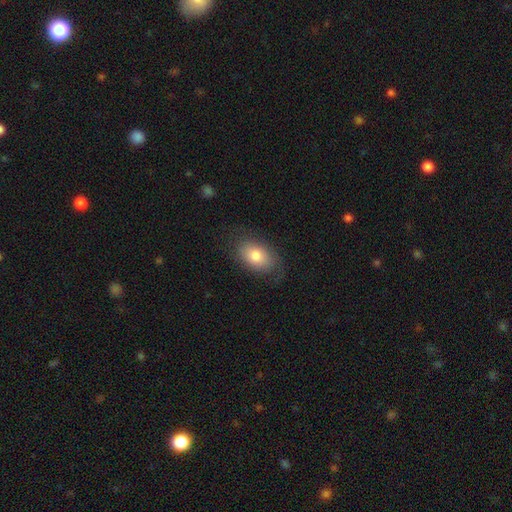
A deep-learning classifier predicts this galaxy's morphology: Smooth or featured?
  - smooth: 76% *
  - featured or disk: 17%
  - star or artifact: 7%
How rounded?
  - in between: 88% *
  - round: 10%
  - cigar-shaped: 1%
Merging?
  - none: 73% *
  - minor disturbance: 18%
  - major disturbance: 7%
  - merger: 1%